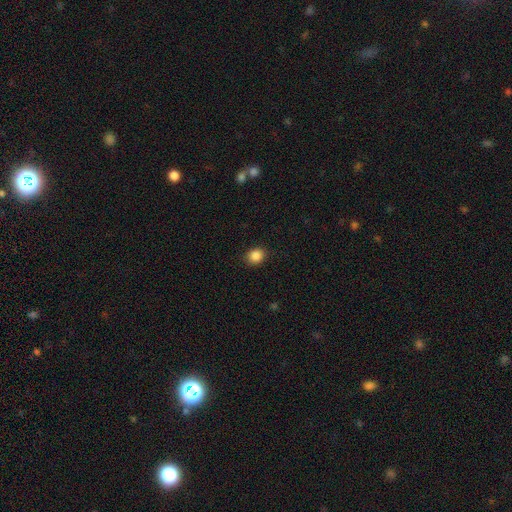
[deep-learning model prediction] Smooth or featured: smooth — 87% (star or artifact — 10%)
How rounded: round — 64% (in between — 35%)
Merging: none — 89% (minor disturbance — 8%)